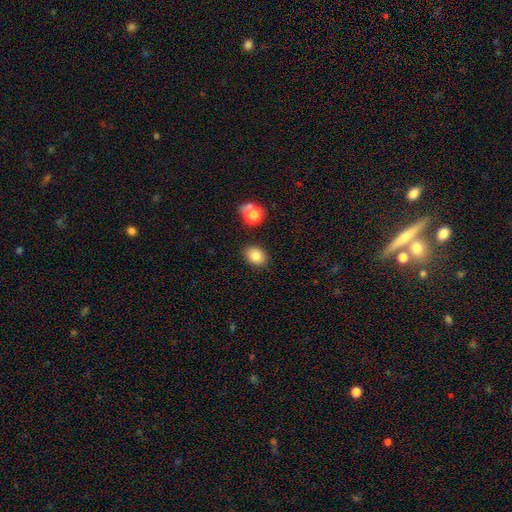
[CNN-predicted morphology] Smooth or featured?
  - smooth: 82% *
  - star or artifact: 11%
  - featured or disk: 7%
How rounded?
  - in between: 58% *
  - round: 41%
  - cigar-shaped: 1%
Merging?
  - none: 84% *
  - minor disturbance: 10%
  - merger: 4%
  - major disturbance: 3%